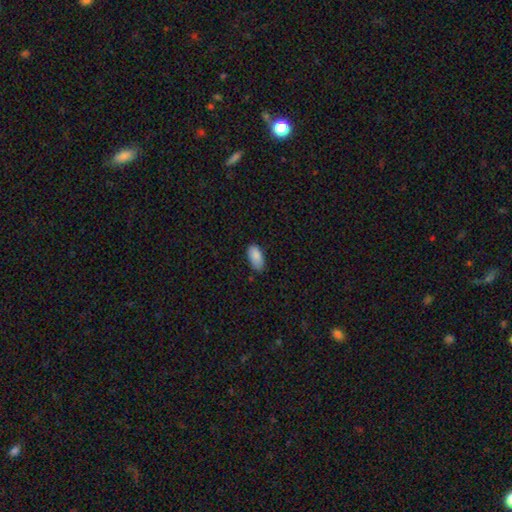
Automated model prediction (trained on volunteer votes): smooth_or_featured: smooth (p=0.88) [alt: star or artifact p=0.07]
how_rounded: in between (p=0.93) [alt: cigar-shaped p=0.04]
merging: none (p=0.75) [alt: minor disturbance p=0.20]